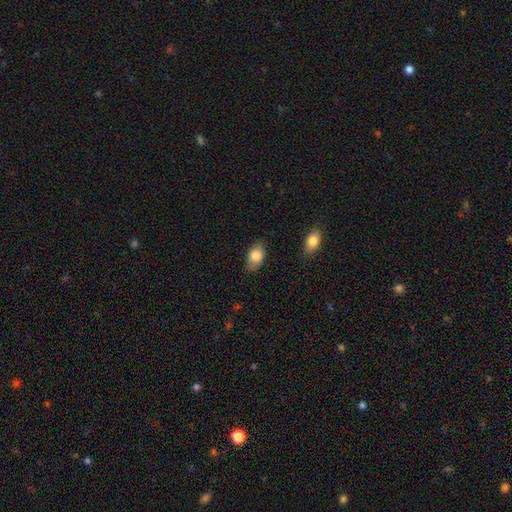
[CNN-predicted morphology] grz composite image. It shows a smooth galaxy with no disk features (82%) that is in between round and cigar-shaped (91%). Merging: none (82%).